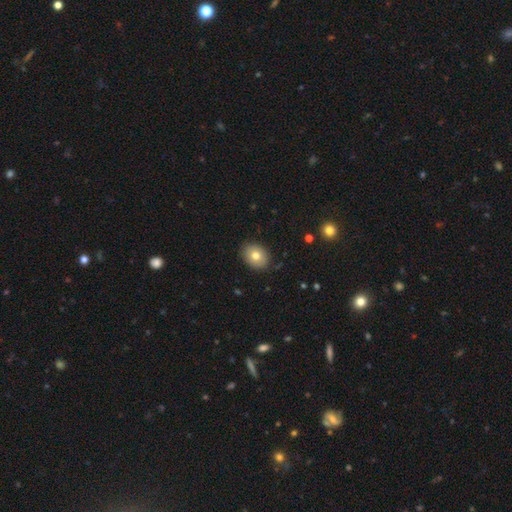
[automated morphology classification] Overall: smooth (77%). How rounded: in between (63%; round 36%). Merging: none (87%).